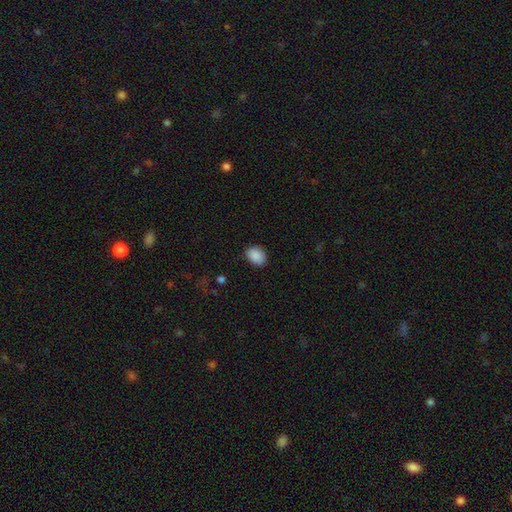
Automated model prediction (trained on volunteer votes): This is clearly a smooth galaxy (89%). How rounded: likely in between (64%). Merging: clearly none (84%).